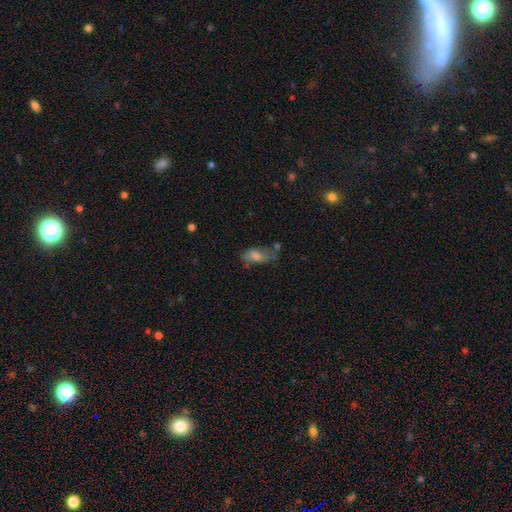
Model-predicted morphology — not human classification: A smooth galaxy with no disk features (47%). Merging: none (48%).